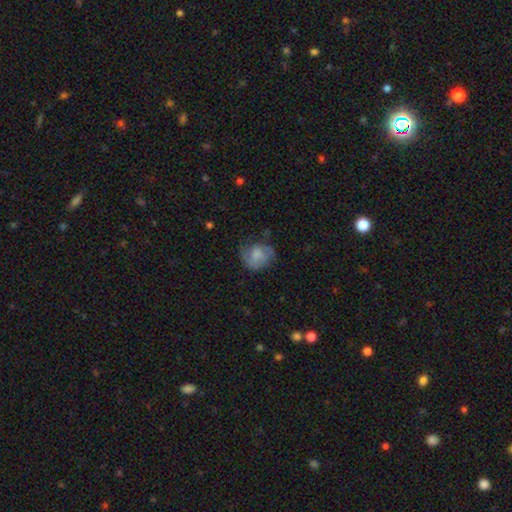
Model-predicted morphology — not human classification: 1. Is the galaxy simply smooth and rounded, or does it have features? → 52% smooth, 39% featured or disk, 9% star or artifact.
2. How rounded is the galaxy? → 70% round, 29% in between, 1% cigar-shaped.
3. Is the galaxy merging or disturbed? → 55% none, 27% minor disturbance, 16% major disturbance, 2% merger.